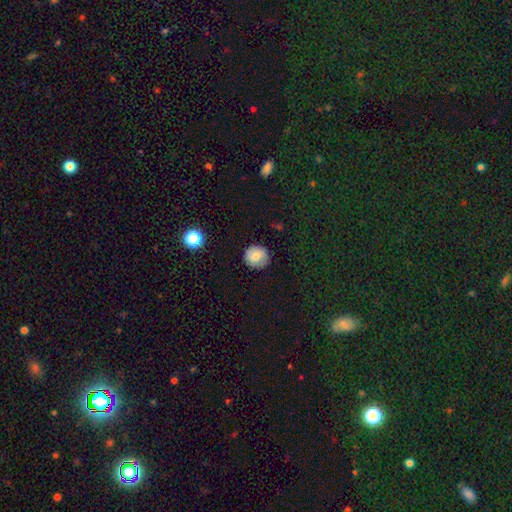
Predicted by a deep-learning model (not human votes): Overall: smooth (74%). How rounded: round (88%). Merging: none (85%).